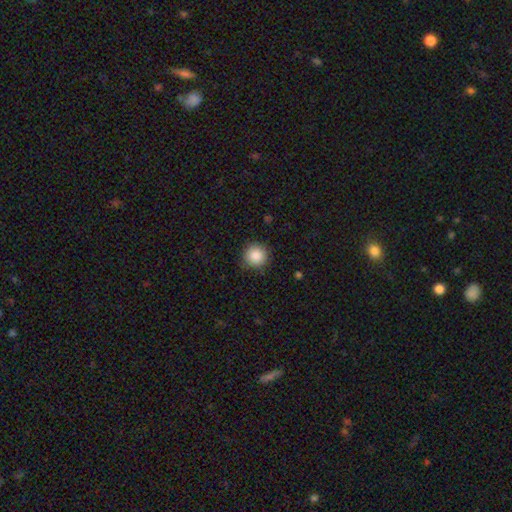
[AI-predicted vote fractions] smooth-or-featured: smooth: 87% | star or artifact: 9% | featured or disk: 4%
  how-rounded: round: 95% | in between: 4% | cigar-shaped: 1%
  merging: none: 88% | minor disturbance: 9% | major disturbance: 2% | merger: 1%